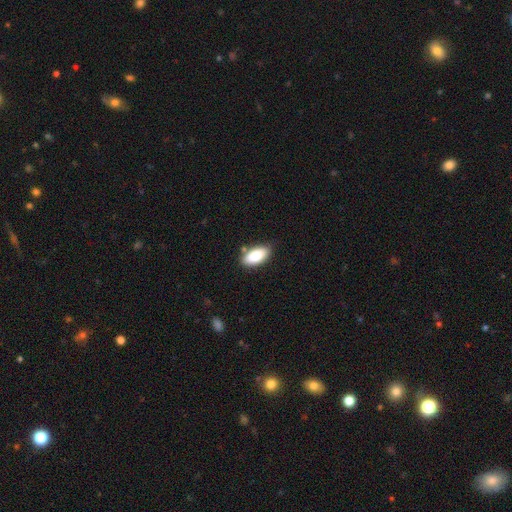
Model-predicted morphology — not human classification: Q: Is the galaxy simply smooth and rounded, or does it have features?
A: smooth — 83%.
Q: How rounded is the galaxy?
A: in between — 92%.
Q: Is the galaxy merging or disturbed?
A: none — 79%.